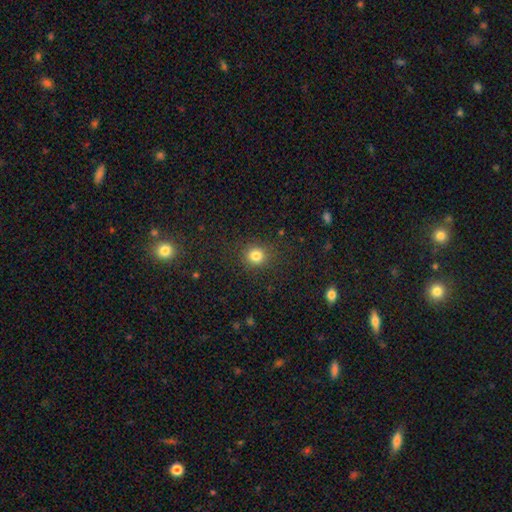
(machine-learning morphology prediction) Q: Smooth or featured?
A: smooth (82%); runner-up: star or artifact (13%)
Q: How rounded?
A: round (87%); runner-up: in between (13%)
Q: Merging?
A: none (88%); runner-up: minor disturbance (8%)